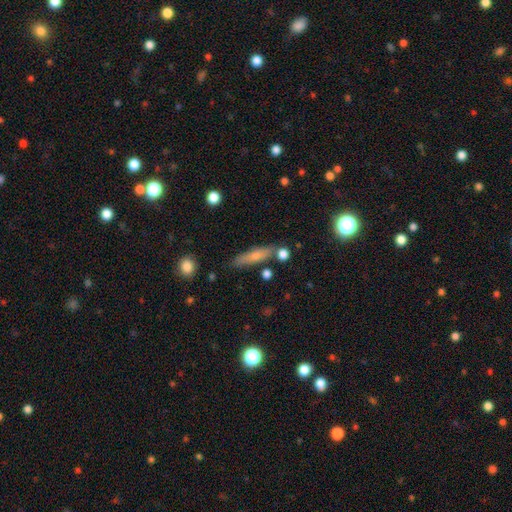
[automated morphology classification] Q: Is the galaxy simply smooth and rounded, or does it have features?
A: smooth — 67%.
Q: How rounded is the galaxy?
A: cigar-shaped — 76%.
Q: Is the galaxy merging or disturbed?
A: none — 76%.